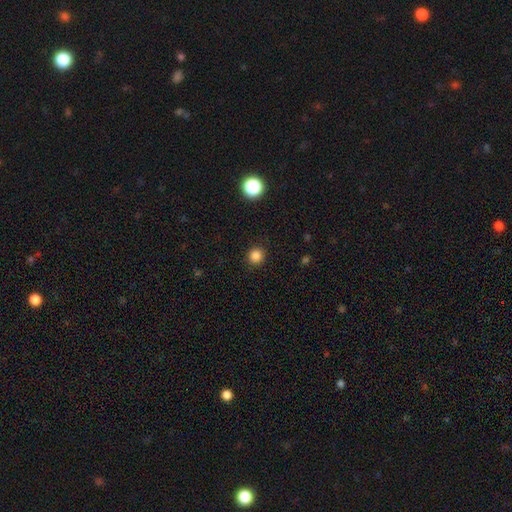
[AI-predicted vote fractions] This appears to be a smooth galaxy with no disk features (84%) that is round (93%). Merging: none (92%).